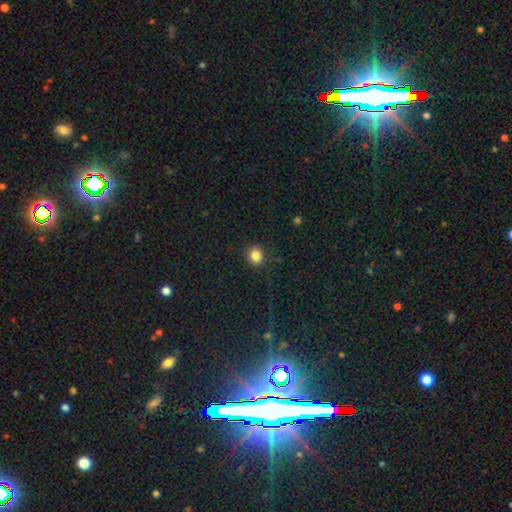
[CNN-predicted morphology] A smooth galaxy with no disk features (84%) that is round (81%).

Vote fractions:
- Smooth or featured? smooth: 84% / star or artifact: 12% / featured or disk: 5%
- How rounded? round: 81% / in between: 18% / cigar-shaped: 1%
- Merging? none: 89% / minor disturbance: 8% / major disturbance: 3% / merger: 1%